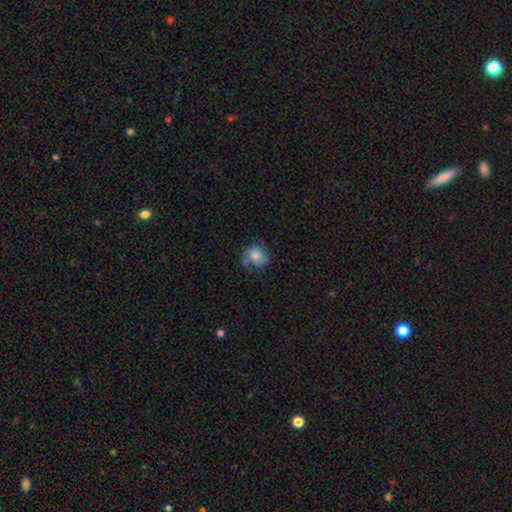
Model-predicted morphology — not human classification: Smooth or featured? smooth (49%)
Merging? none (60%)